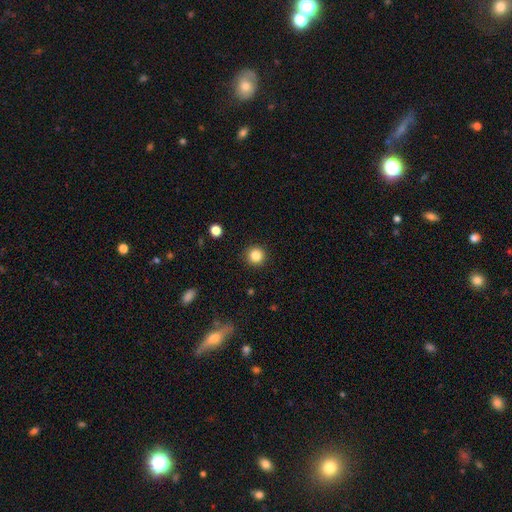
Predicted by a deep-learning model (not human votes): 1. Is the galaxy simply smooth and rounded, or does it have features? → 84% smooth, 11% star or artifact, 5% featured or disk.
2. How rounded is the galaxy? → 95% round, 4% in between, 1% cigar-shaped.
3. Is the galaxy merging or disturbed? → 92% none, 5% minor disturbance, 2% major disturbance, 1% merger.